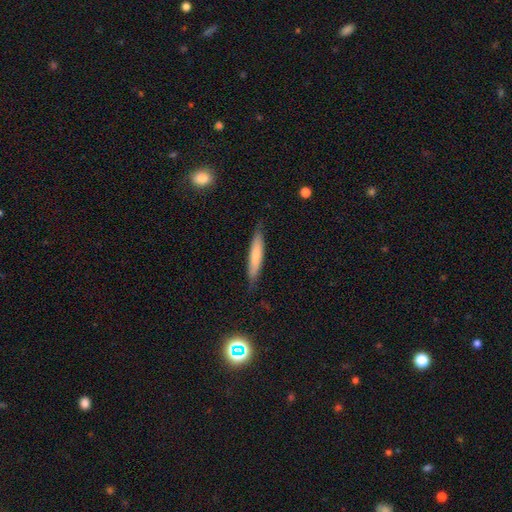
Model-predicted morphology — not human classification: smooth 72%, featured or disk 22%, star or artifact 6%. Down the decision tree: how rounded — cigar-shaped (88%); merging — none (81%).